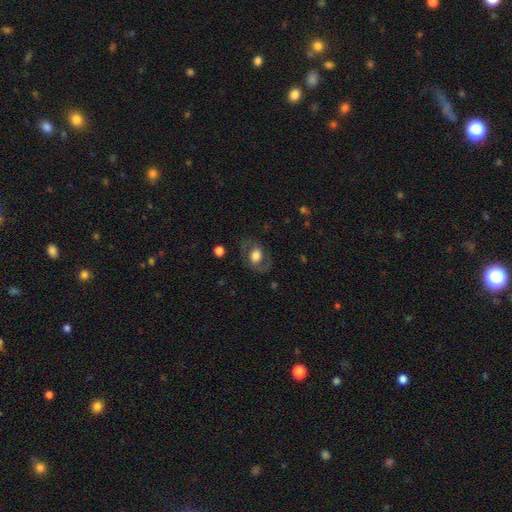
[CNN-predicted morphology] A featured or disk galaxy (48%). Merging: none (71%).